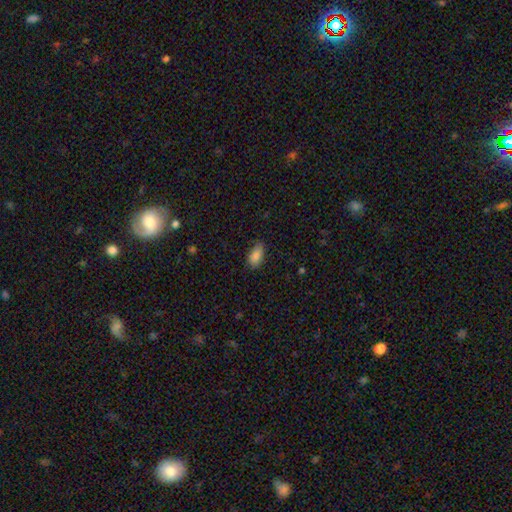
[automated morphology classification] smooth-or-featured: smooth: 85% | star or artifact: 8% | featured or disk: 6%
  how-rounded: in between: 91% | round: 5% | cigar-shaped: 4%
  merging: none: 73% | minor disturbance: 22% | major disturbance: 4% | merger: 1%